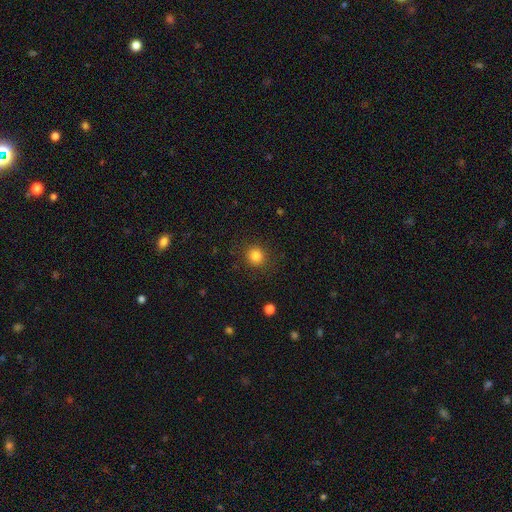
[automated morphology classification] Overall: smooth (83%). How rounded: round (90%). Merging: none (88%).